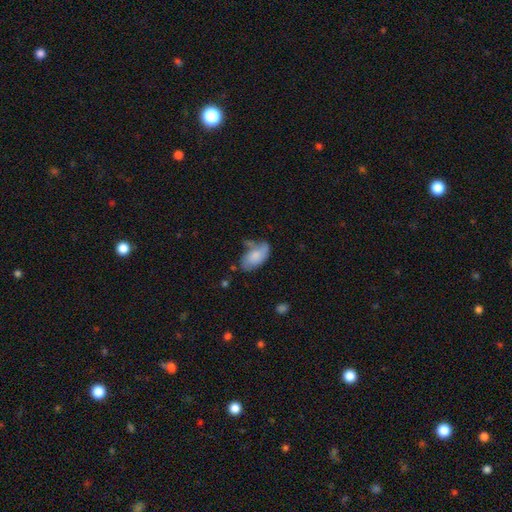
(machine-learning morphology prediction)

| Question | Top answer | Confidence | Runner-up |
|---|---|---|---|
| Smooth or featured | smooth | 70% | featured or disk (23%) |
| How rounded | in between | 93% | round (4%) |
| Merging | none | 45% | minor disturbance (30%) |